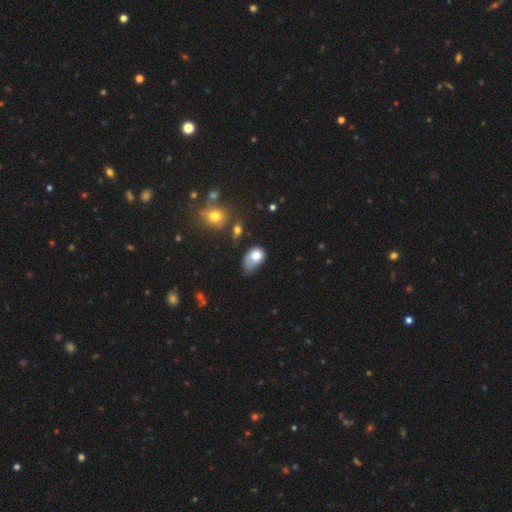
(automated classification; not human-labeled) smooth_or_featured: smooth (p=0.72) [alt: featured or disk p=0.18]
how_rounded: in between (p=0.76) [alt: round p=0.23]
merging: minor disturbance (p=0.35) [alt: major disturbance p=0.30]